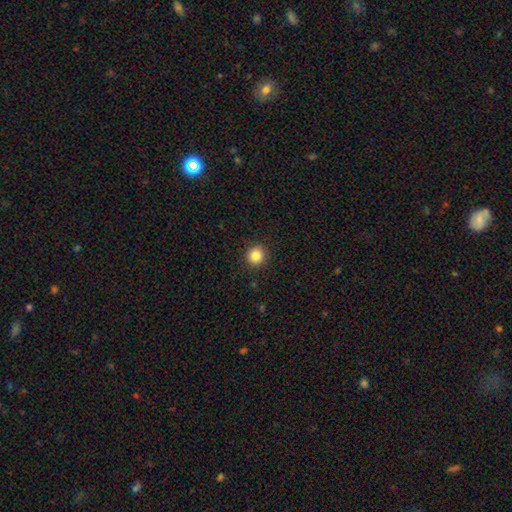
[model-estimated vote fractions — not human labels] This appears to be a smooth galaxy with no disk features (85%) that is round (92%). Merging: none (92%).